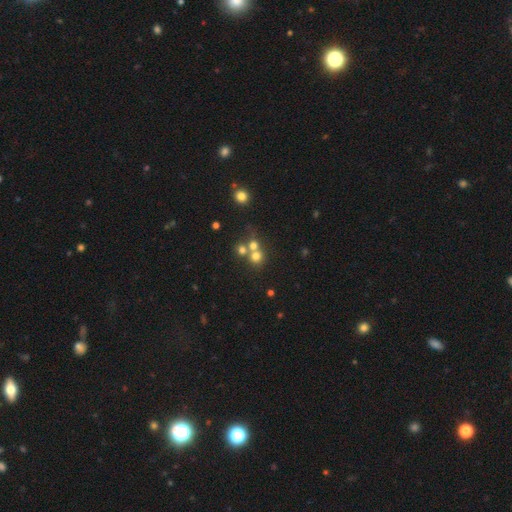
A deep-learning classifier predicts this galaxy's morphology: This is likely a smooth galaxy (67%). How rounded: clearly round (87%). Merging: possibly merger (47%).